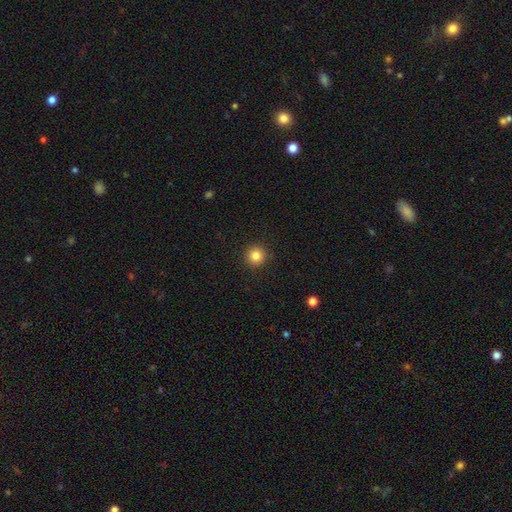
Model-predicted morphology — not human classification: smooth_or_featured: smooth (p=0.83) [alt: star or artifact p=0.12]
how_rounded: round (p=0.96) [alt: in between p=0.03]
merging: none (p=0.93) [alt: minor disturbance p=0.04]